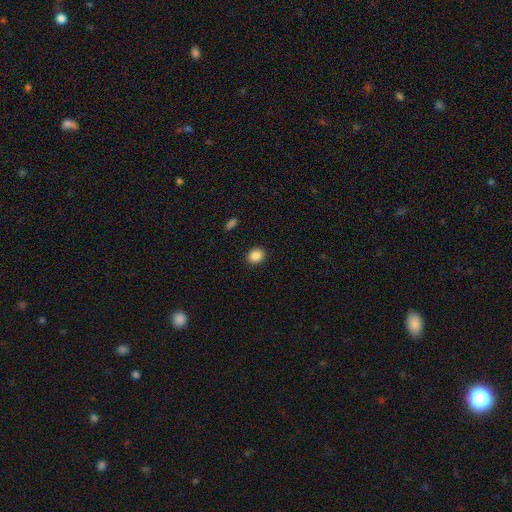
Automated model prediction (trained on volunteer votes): Morphology: type=smooth (87%); roundness=round (61%); merging=none (90%).